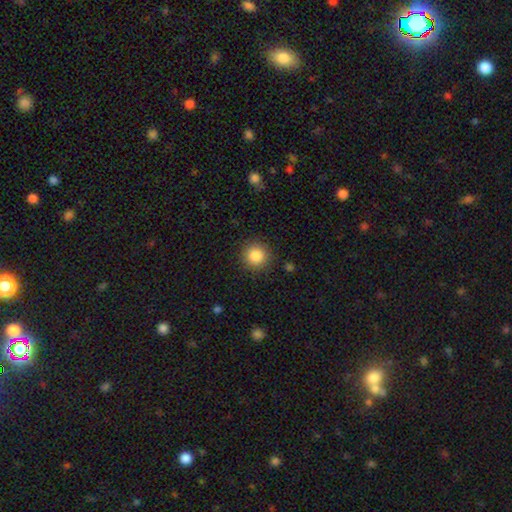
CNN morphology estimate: Smooth or featured? Predicted: smooth (p=0.86). How rounded? Predicted: round (p=0.94). Merging? Predicted: none (p=0.89).